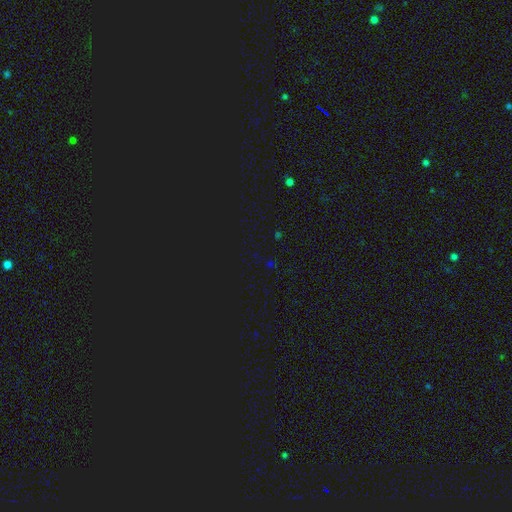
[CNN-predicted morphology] smooth-or-featured: star or artifact: 71% | smooth: 23% | featured or disk: 6%